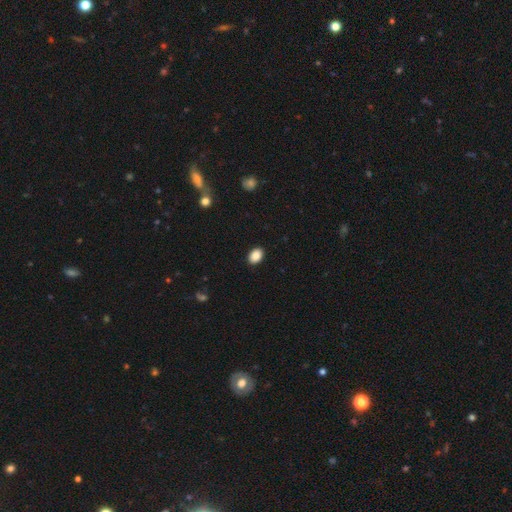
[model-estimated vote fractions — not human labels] smooth 89%, star or artifact 8%, featured or disk 3%. Down the decision tree: how rounded — in between (83%); merging — none (90%).